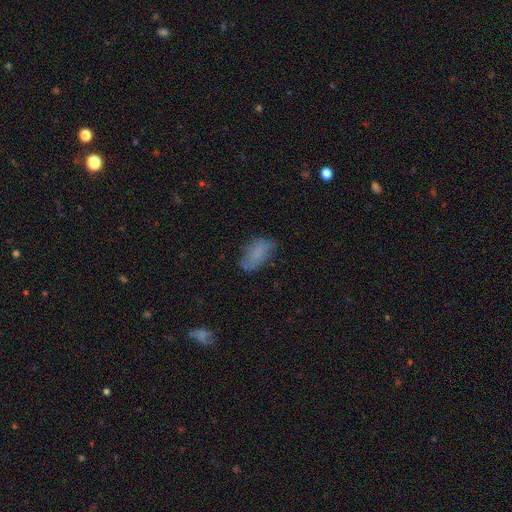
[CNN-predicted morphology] smooth-or-featured: smooth: 72% | featured or disk: 18% | star or artifact: 10%
  how-rounded: in between: 91% | cigar-shaped: 5% | round: 4%
  merging: none: 61% | minor disturbance: 26% | major disturbance: 10% | merger: 2%